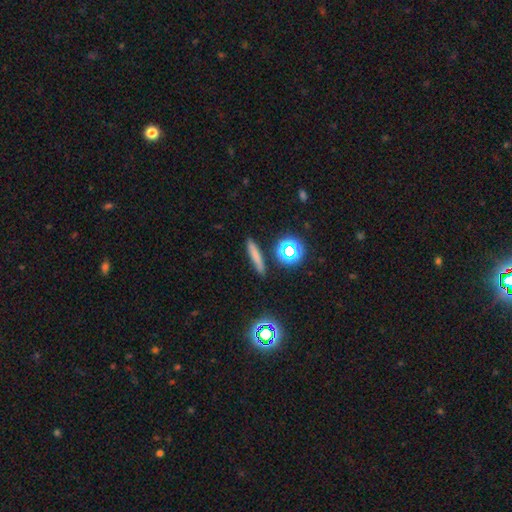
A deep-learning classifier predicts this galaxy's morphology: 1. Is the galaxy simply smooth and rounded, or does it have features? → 70% smooth, 15% featured or disk, 15% star or artifact.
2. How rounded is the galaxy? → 85% cigar-shaped, 9% in between, 7% round.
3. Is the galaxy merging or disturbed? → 86% none, 9% minor disturbance, 3% merger, 2% major disturbance.